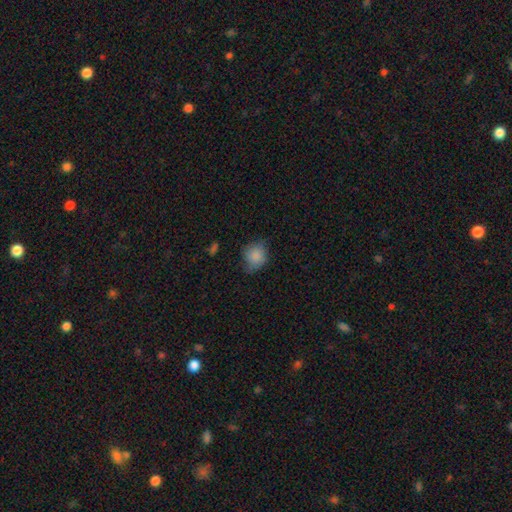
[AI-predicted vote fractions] Smooth or featured: smooth — 85% (star or artifact — 8%)
How rounded: round — 76% (in between — 23%)
Merging: none — 61% (minor disturbance — 30%)